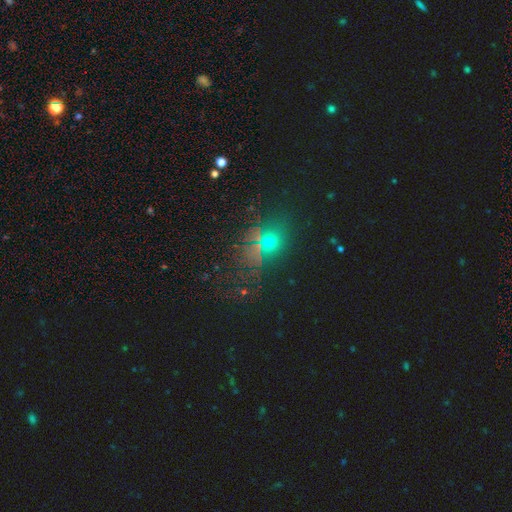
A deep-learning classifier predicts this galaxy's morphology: Smooth or featured? Predicted: star or artifact (p=0.46).